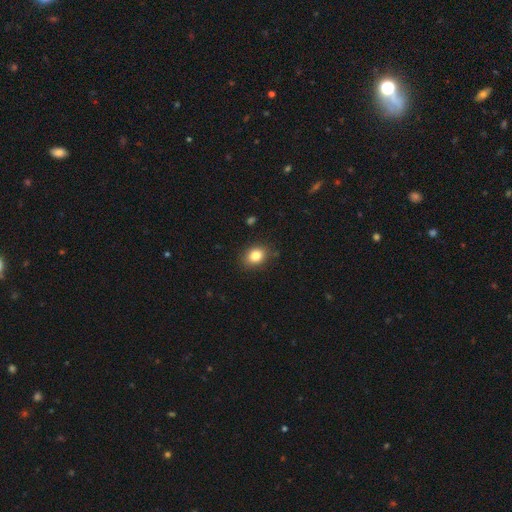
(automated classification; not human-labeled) smooth-or-featured: smooth: 83% | star or artifact: 10% | featured or disk: 7%
  how-rounded: in between: 56% | round: 43% | cigar-shaped: 1%
  merging: none: 84% | minor disturbance: 12% | major disturbance: 3% | merger: 1%